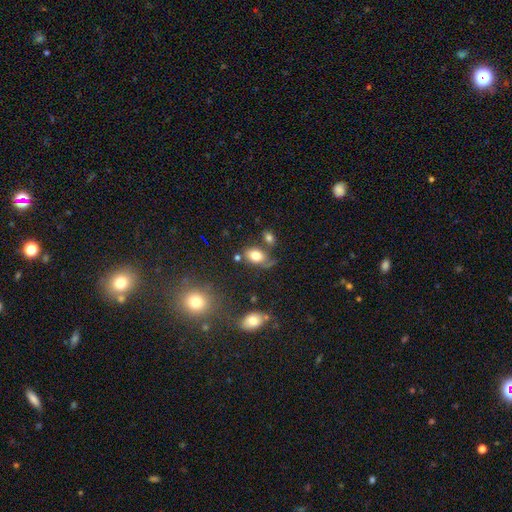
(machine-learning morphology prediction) A smooth galaxy with no disk features (78%) that is in between round and cigar-shaped (83%). Merging: none (59%).